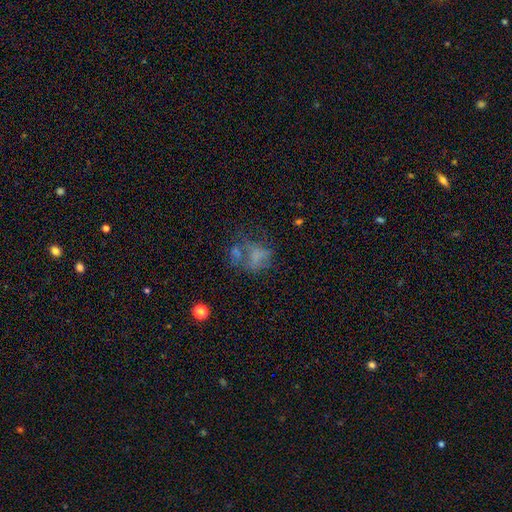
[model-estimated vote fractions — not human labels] The model was most divided on "merging": none: 33%, major disturbance: 32%, minor disturbance: 18%, merger: 17%. Remaining: smooth or featured — smooth (43%).